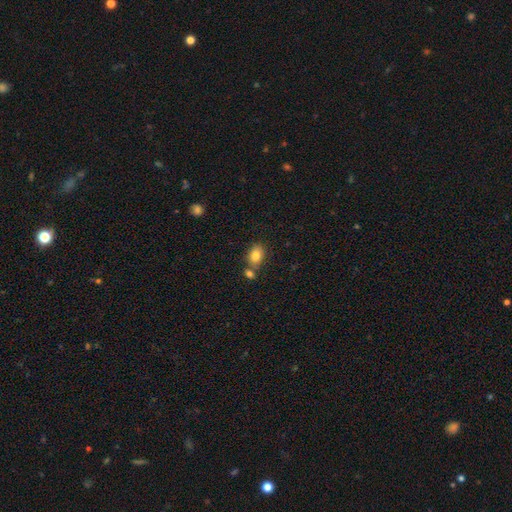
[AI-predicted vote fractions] Q: Smooth or featured?
A: smooth (82%); runner-up: star or artifact (10%)
Q: How rounded?
A: in between (72%); runner-up: round (27%)
Q: Merging?
A: none (61%); runner-up: merger (25%)